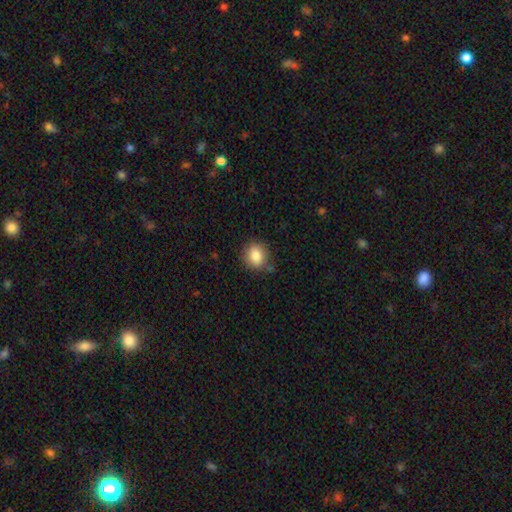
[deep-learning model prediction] This is clearly a smooth galaxy (85%). How rounded: likely round (68%). Merging: likely none (80%).